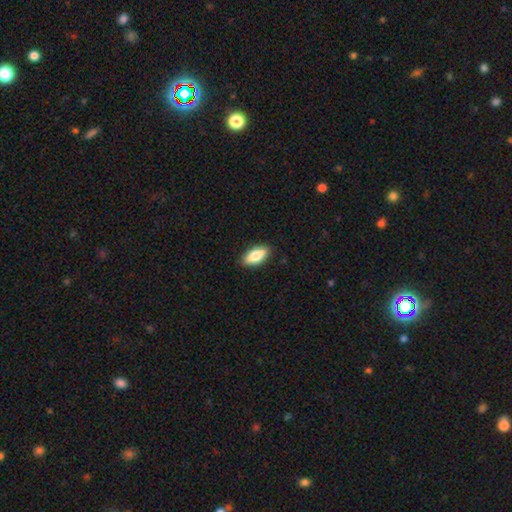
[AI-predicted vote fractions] smooth_or_featured: smooth (p=0.75) [alt: featured or disk p=0.18]
how_rounded: in between (p=0.81) [alt: cigar-shaped p=0.16]
merging: none (p=0.88) [alt: minor disturbance p=0.09]